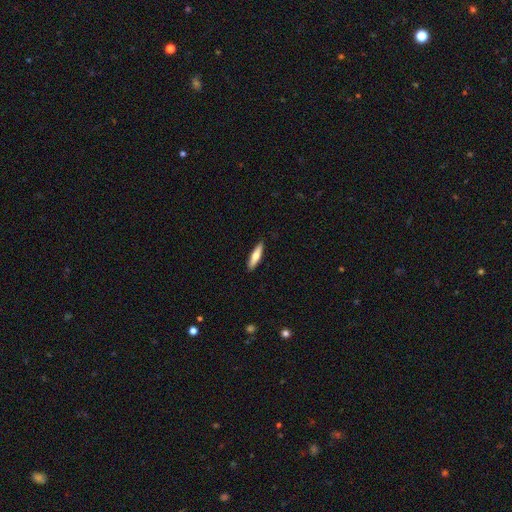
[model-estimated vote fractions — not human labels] This appears to be a smooth galaxy with no disk features (64%) that is cigar-shaped (76%). Merging: none (89%).